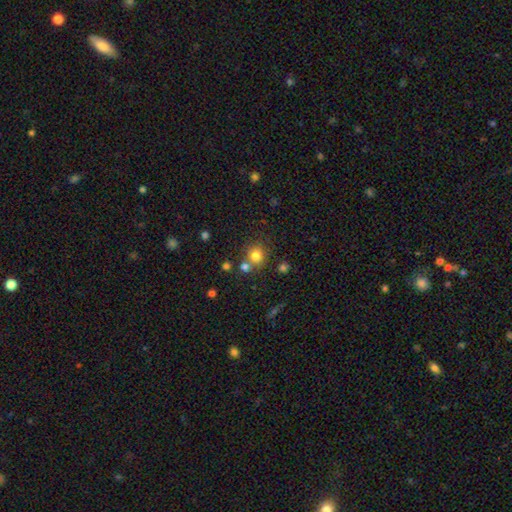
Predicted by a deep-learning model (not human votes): Overall: smooth (78%). How rounded: round (87%). Merging: none (67%).